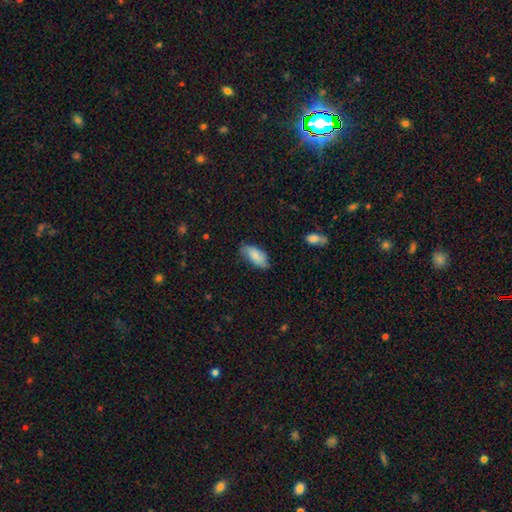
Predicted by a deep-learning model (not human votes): A smooth galaxy with no disk features (81%) that is in between round and cigar-shaped (88%).

Vote fractions:
- Smooth or featured? smooth: 81% / featured or disk: 12% / star or artifact: 7%
- How rounded? in between: 88% / cigar-shaped: 10% / round: 2%
- Merging? none: 66% / minor disturbance: 28% / major disturbance: 5% / merger: 2%